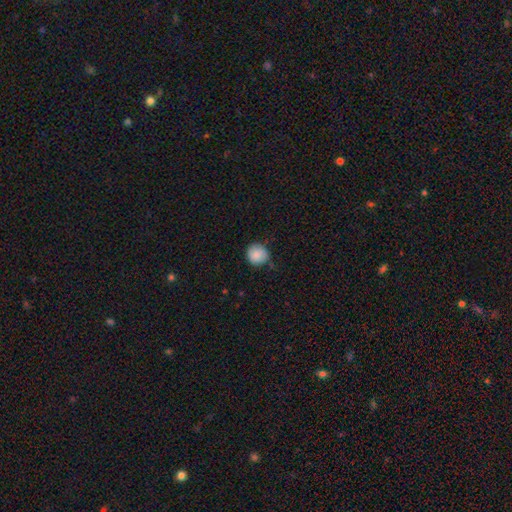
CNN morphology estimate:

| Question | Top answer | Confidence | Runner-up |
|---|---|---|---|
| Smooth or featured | smooth | 84% | featured or disk (8%) |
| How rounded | round | 91% | in between (8%) |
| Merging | none | 76% | minor disturbance (19%) |